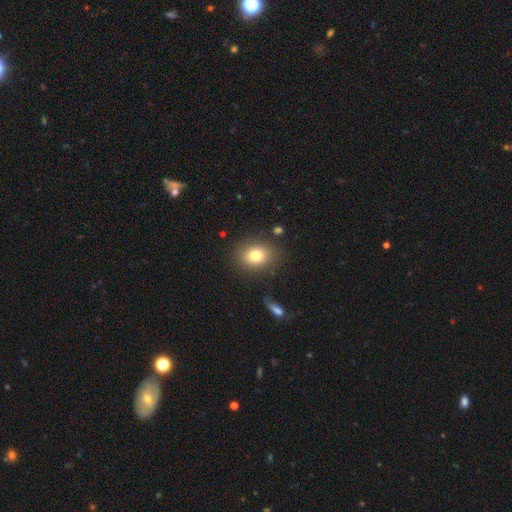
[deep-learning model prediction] Smooth or featured: smooth — 80% (star or artifact — 10%)
How rounded: in between — 52% (round — 46%)
Merging: none — 84% (minor disturbance — 10%)